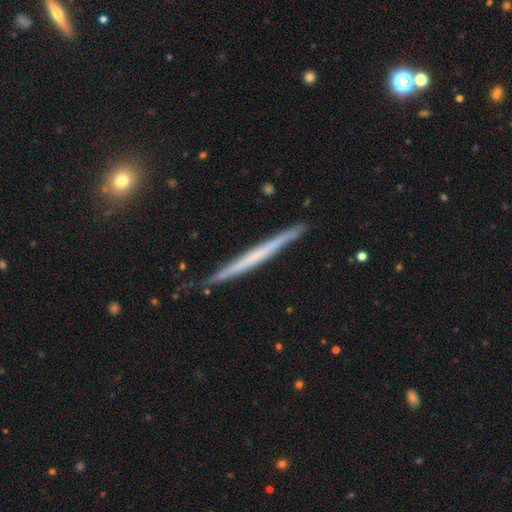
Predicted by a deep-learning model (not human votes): smooth_or_featured: featured or disk (p=0.57) [alt: smooth p=0.37]
disk_edge_on: yes (p=0.97) [alt: no p=0.03]
edge_on_bulge: none (p=0.87) [alt: rounded p=0.08]
merging: none (p=0.83) [alt: minor disturbance p=0.13]